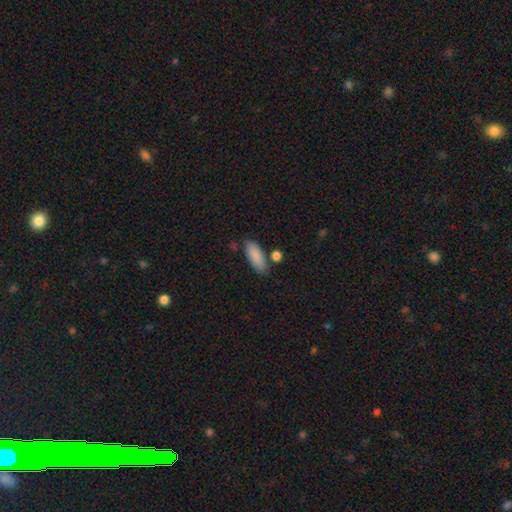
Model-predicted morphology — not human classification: The model was most divided on "how rounded": in between: 75%, cigar-shaped: 23%, round: 2%. More confident: smooth or featured — smooth (88%); merging — none (76%).